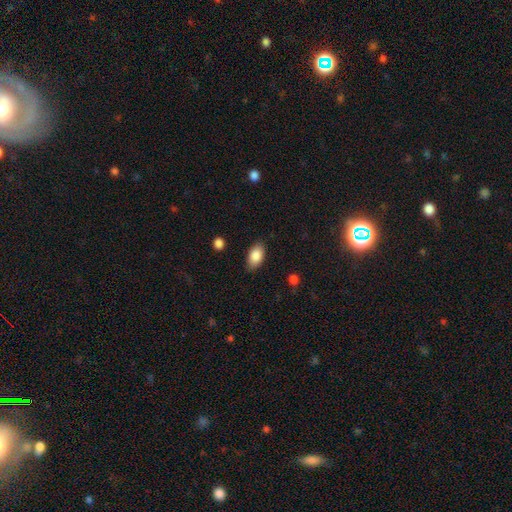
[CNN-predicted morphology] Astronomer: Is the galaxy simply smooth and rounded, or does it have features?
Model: smooth — 86%.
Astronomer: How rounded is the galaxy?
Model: in between — 92%.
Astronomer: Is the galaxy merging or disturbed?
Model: none — 83%.